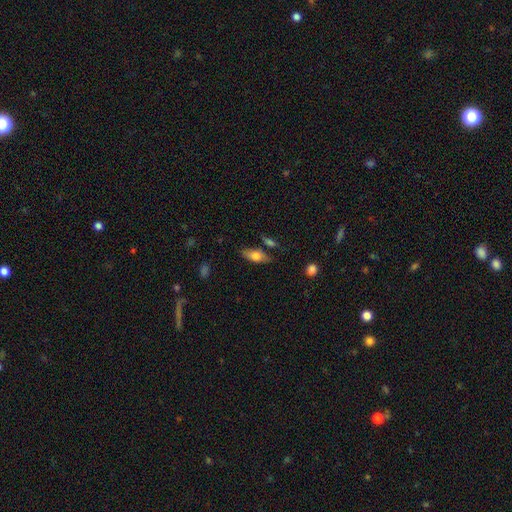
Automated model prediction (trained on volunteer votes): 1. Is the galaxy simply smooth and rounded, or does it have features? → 69% smooth, 24% featured or disk, 7% star or artifact.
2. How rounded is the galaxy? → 77% in between, 19% cigar-shaped, 4% round.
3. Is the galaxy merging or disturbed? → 72% none, 16% minor disturbance, 8% merger, 4% major disturbance.